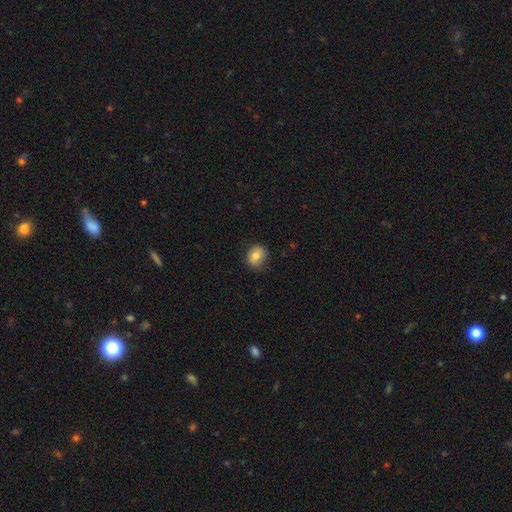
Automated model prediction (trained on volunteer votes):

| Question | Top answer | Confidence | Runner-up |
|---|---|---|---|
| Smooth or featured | smooth | 76% | featured or disk (15%) |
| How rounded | round | 63% | in between (36%) |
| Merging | none | 79% | minor disturbance (16%) |